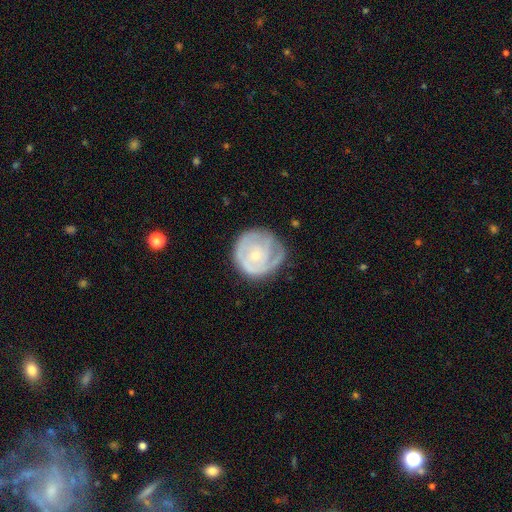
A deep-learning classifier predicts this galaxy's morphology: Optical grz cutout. It shows a featured or disk galaxy (62%) with no bar (81%), spiral arms (69%) and a small central bulge (71%). Merging: none (61%).